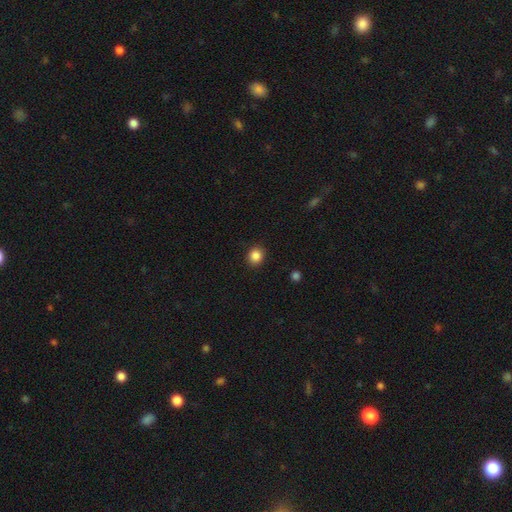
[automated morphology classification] The model was most divided on "how rounded": round: 82%, in between: 17%, cigar-shaped: 1%. More confident: merging — none (91%); smooth or featured — smooth (86%).